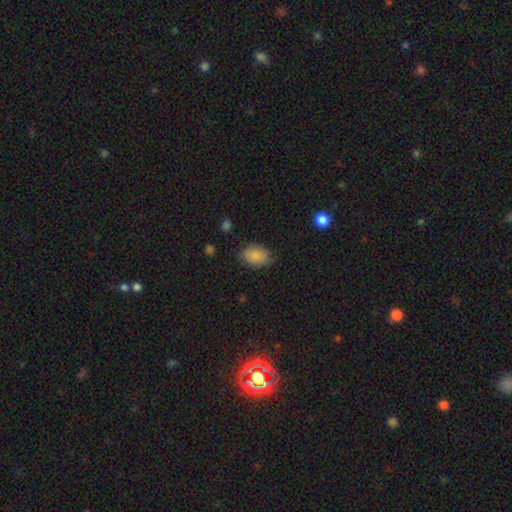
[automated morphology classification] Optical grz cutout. It shows a smooth galaxy with no disk features (85%) that is in between round and cigar-shaped (79%). Merging: none (74%).